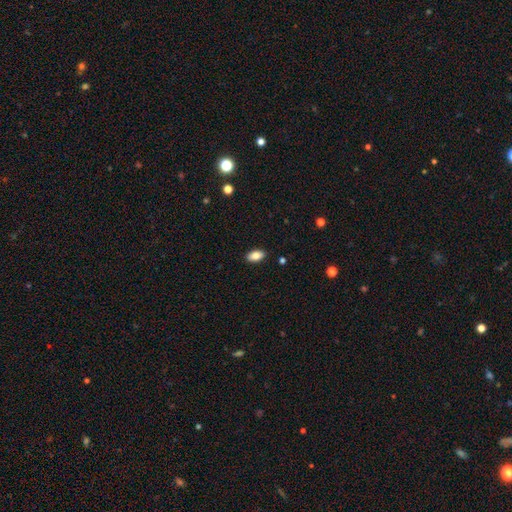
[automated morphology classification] smooth 84%, featured or disk 9%, star or artifact 8%. Down the decision tree: how rounded — in between (93%); merging — none (89%).